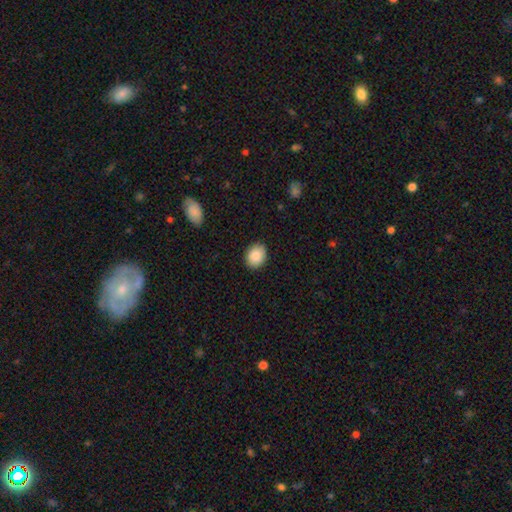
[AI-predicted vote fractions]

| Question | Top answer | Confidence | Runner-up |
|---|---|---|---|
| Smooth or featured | smooth | 89% | star or artifact (7%) |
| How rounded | in between | 55% | round (44%) |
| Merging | none | 89% | minor disturbance (8%) |